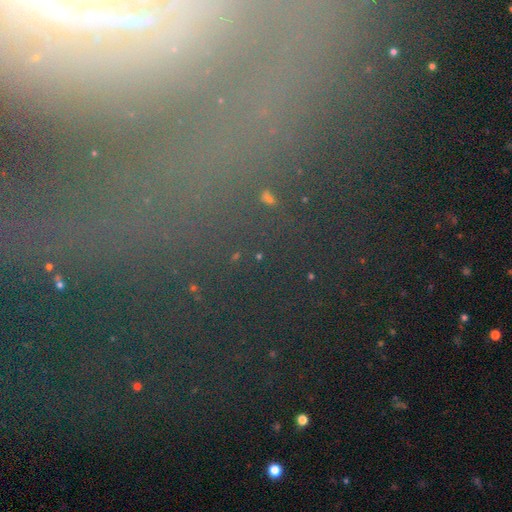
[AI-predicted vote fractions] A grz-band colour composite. It shows a star or artifact, not a galaxy (74%).